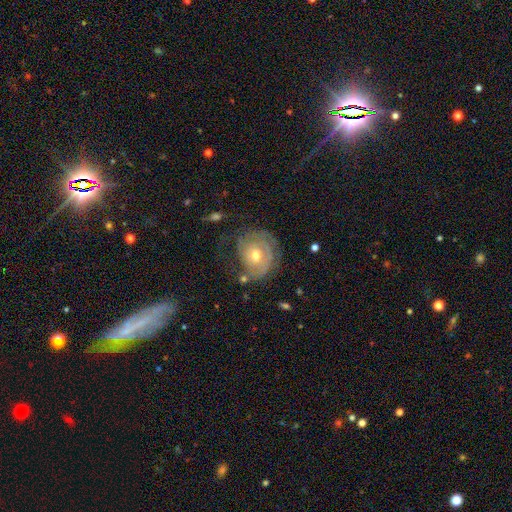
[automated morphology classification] type=featured or disk (68%); edge-on=no (96%); bar=no (76%); spiral arms=yes (77%); winding=tight (66%); arm count=can't tell (43%); bulge=moderate (61%); merging=none (53%).